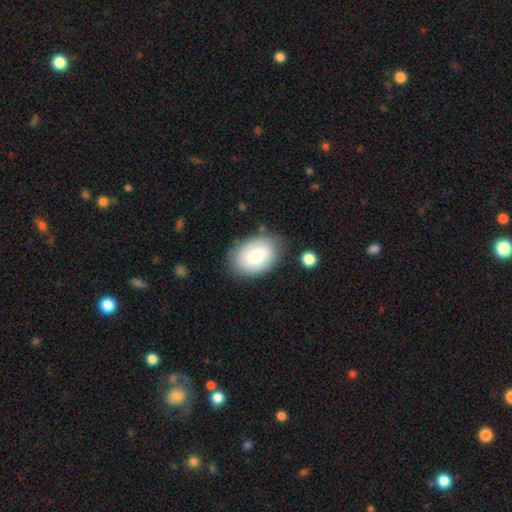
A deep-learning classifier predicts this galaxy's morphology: Smooth or featured? smooth (71%)
How rounded? in between (82%)
Merging? none (75%)